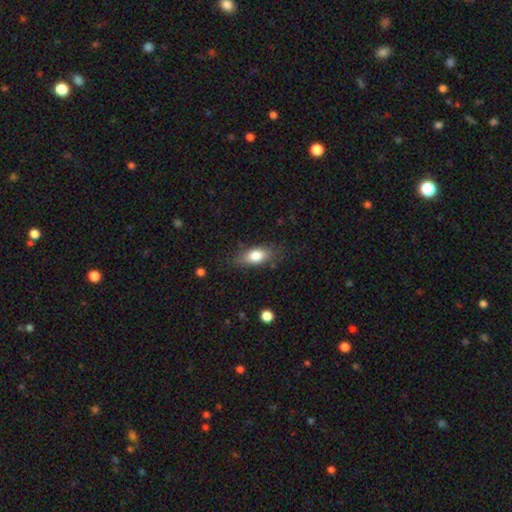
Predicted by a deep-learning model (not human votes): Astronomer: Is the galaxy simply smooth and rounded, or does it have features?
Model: smooth — 78%.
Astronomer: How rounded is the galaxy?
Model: in between — 81%.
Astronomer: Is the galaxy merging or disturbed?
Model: none — 75%.